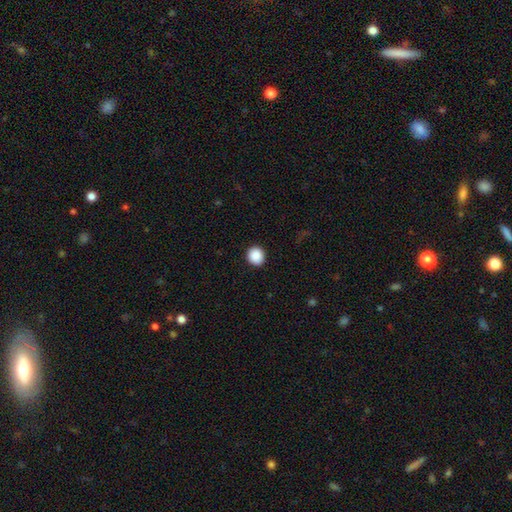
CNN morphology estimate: The model was most divided on "how rounded": round: 86%, in between: 13%, cigar-shaped: 1%. More confident: merging — none (92%); smooth or featured — smooth (89%).